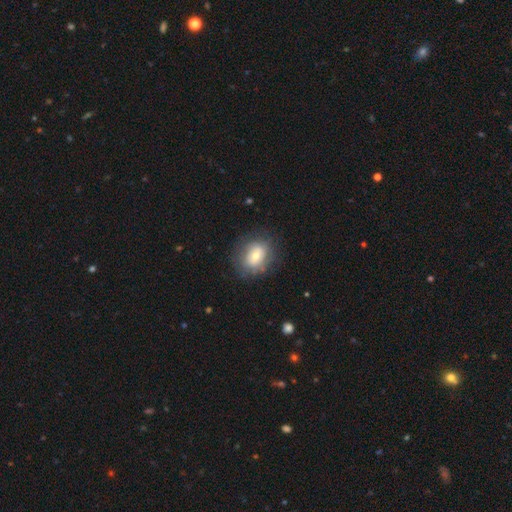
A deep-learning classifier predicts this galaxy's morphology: smooth_or_featured: smooth (p=0.61) [alt: featured or disk p=0.30]
how_rounded: round (p=0.58) [alt: in between p=0.41]
merging: none (p=0.76) [alt: minor disturbance p=0.15]